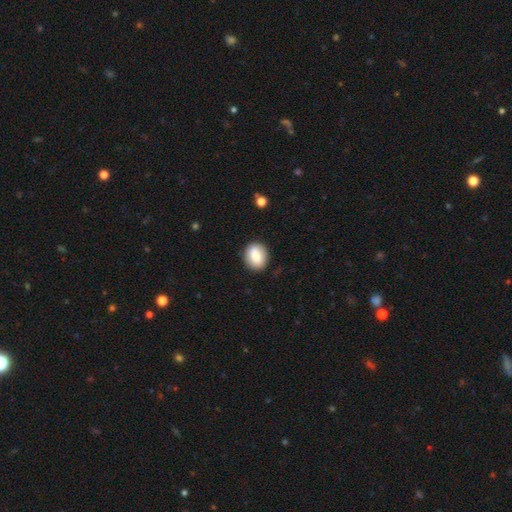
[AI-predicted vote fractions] smooth 81%, featured or disk 12%, star or artifact 7%. Down the decision tree: how rounded — round (50%); merging — none (85%).